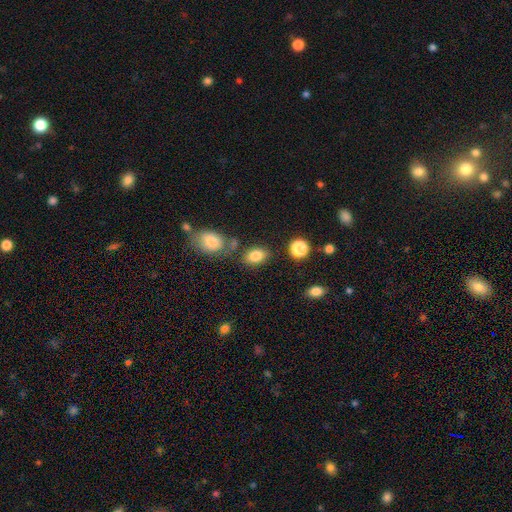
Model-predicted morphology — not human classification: smooth-or-featured: smooth: 82% | star or artifact: 10% | featured or disk: 8%
  how-rounded: in between: 81% | round: 17% | cigar-shaped: 1%
  merging: none: 72% | minor disturbance: 14% | merger: 10% | major disturbance: 4%